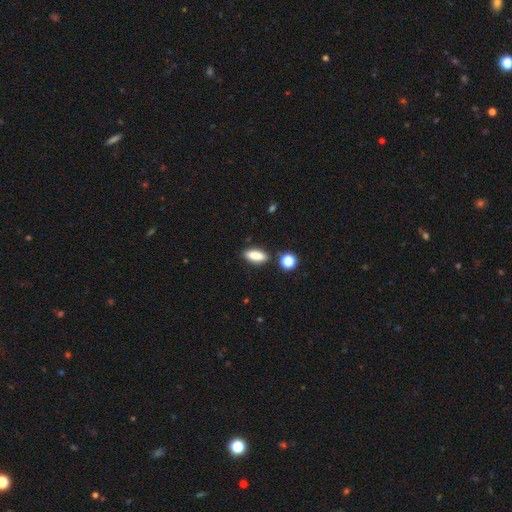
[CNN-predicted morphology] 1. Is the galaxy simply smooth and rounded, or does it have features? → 83% smooth, 9% star or artifact, 8% featured or disk.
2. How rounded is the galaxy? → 72% in between, 24% cigar-shaped, 4% round.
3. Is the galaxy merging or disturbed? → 81% none, 11% minor disturbance, 6% merger, 3% major disturbance.